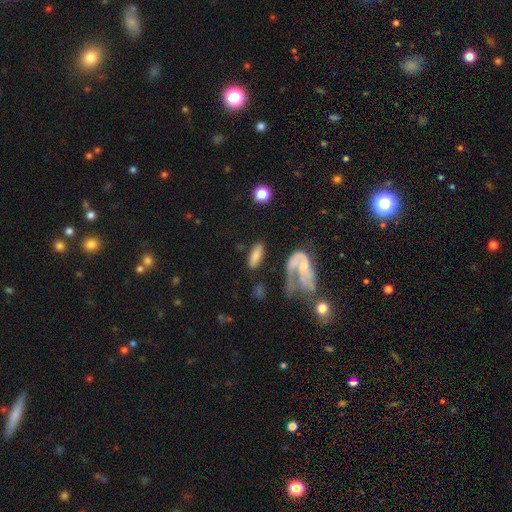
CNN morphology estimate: Smooth or featured: smooth — 70% (featured or disk — 22%)
How rounded: in between — 74% (cigar-shaped — 22%)
Merging: none — 62% (minor disturbance — 16%)